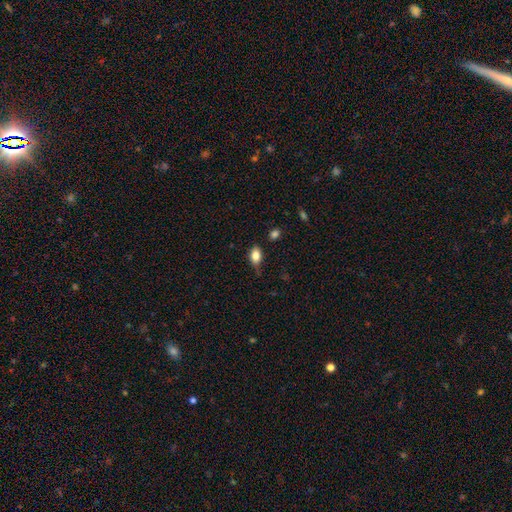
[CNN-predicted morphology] Smooth or featured? Predicted: smooth (p=0.83). How rounded? Predicted: in between (p=0.81). Merging? Predicted: none (p=0.66).